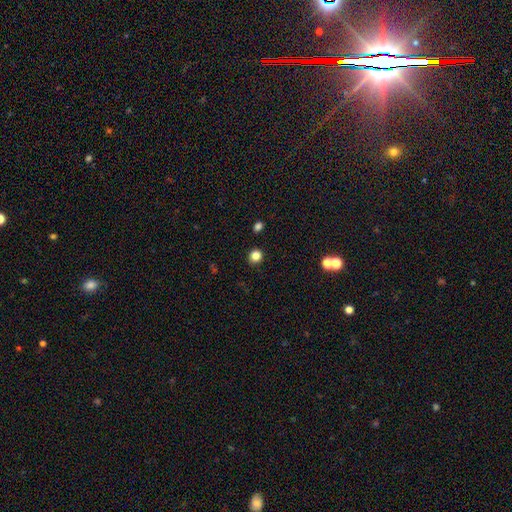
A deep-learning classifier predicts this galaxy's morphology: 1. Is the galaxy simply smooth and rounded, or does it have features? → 83% smooth, 13% star or artifact, 4% featured or disk.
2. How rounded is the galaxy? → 88% round, 11% in between, 1% cigar-shaped.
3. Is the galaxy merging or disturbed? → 91% none, 6% minor disturbance, 2% major disturbance, 2% merger.